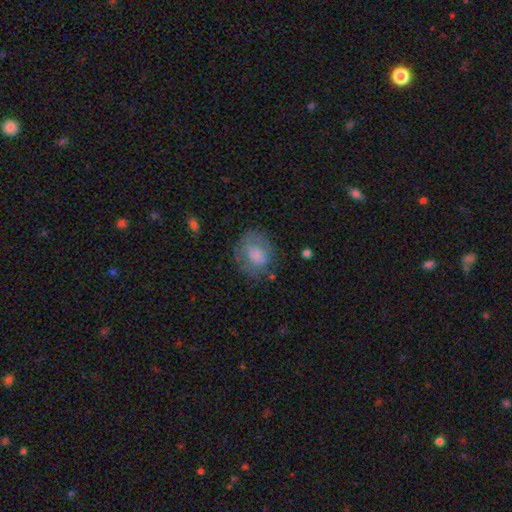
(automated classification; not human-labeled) Overall: smooth (65%; featured or disk 25%). How rounded: round (54%; in between 45%). Merging: none (61%; minor disturbance 23%).